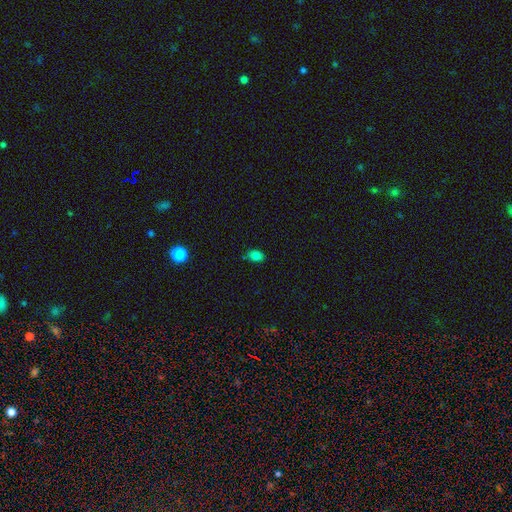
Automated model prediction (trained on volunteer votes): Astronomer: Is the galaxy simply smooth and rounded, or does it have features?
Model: smooth — 81%.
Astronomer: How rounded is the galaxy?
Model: in between — 75%.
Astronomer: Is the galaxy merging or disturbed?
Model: none — 78%.